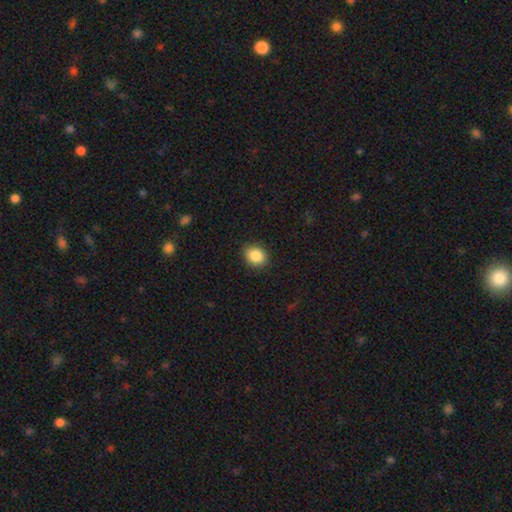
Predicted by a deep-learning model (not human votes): Overall: smooth (87%). How rounded: round (61%; in between 38%). Merging: none (88%).